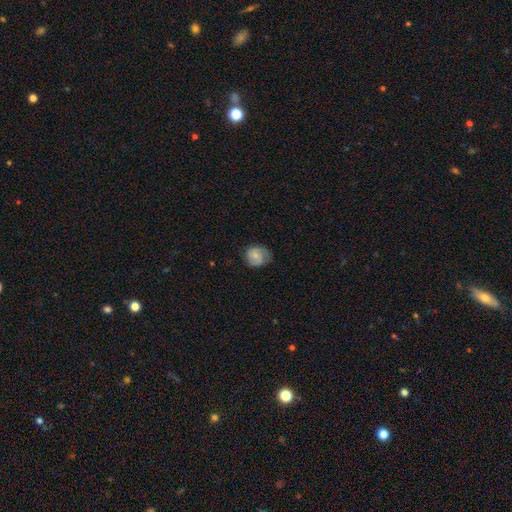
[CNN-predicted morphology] Smooth or featured: smooth — 51% (featured or disk — 42%)
How rounded: round — 66% (in between — 33%)
Merging: none — 65% (minor disturbance — 26%)